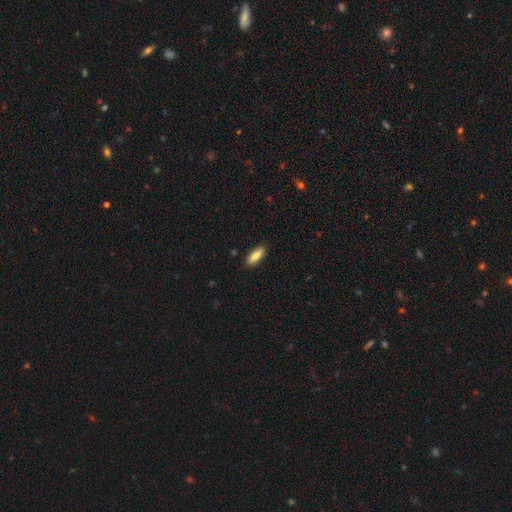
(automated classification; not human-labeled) Morphology: type=smooth (79%); roundness=in between (67%); merging=none (88%).